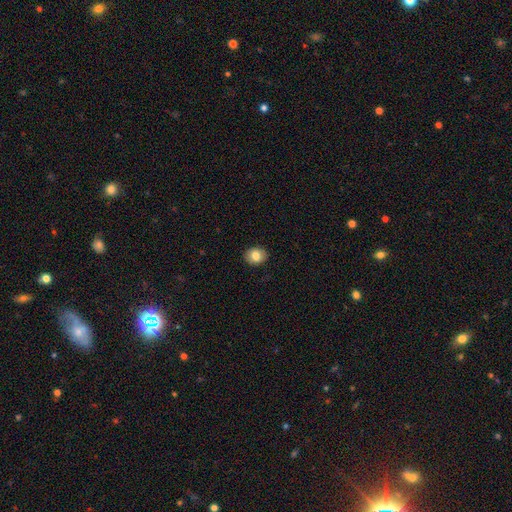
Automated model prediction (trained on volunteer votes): The model was most divided on "how rounded": round: 59%, in between: 40%, cigar-shaped: 1%. More confident: merging — none (91%); smooth or featured — smooth (80%).